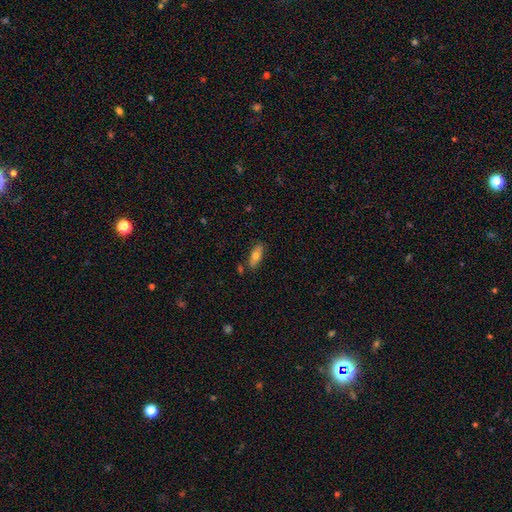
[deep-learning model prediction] This appears to be a smooth galaxy with no disk features (71%) that is in between round and cigar-shaped (74%). Merging: none (78%).